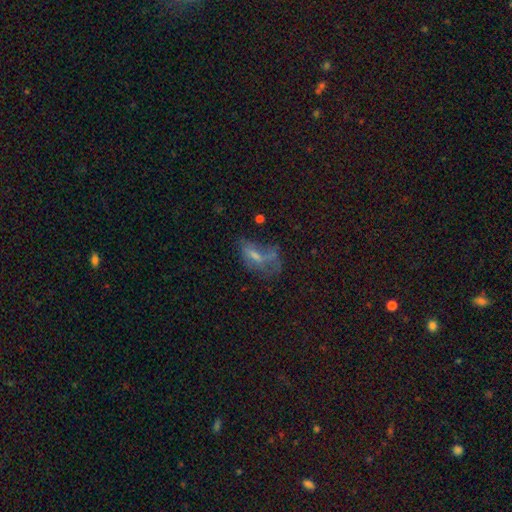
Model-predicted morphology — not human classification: A featured or disk galaxy (39%, tied with smooth). Merging: major disturbance (36%).